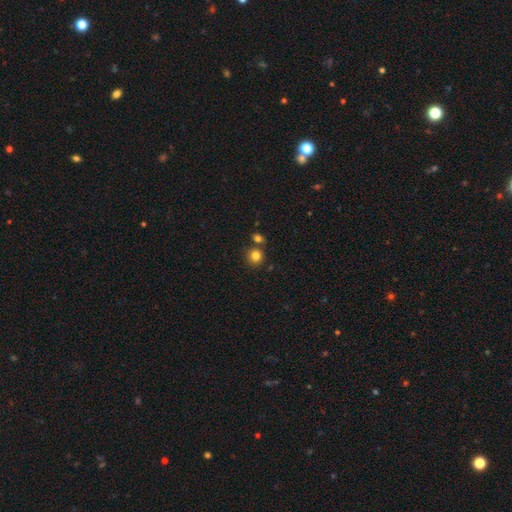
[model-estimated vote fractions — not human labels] Smooth or featured?
  - smooth: 82% *
  - star or artifact: 12%
  - featured or disk: 6%
How rounded?
  - round: 90% *
  - in between: 9%
  - cigar-shaped: 1%
Merging?
  - none: 72% *
  - merger: 17%
  - minor disturbance: 8%
  - major disturbance: 3%